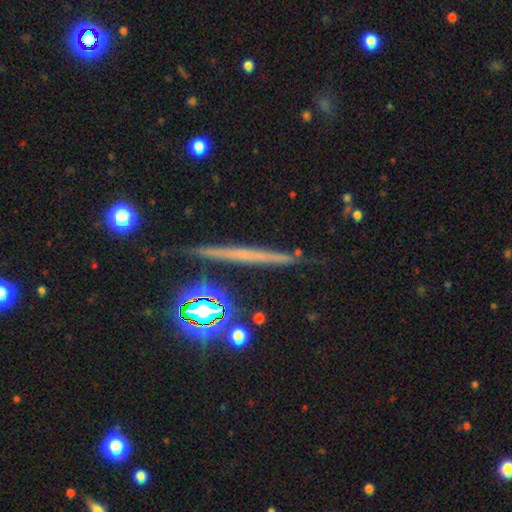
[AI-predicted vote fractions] A featured or disk galaxy (49%). Merging: none (86%).